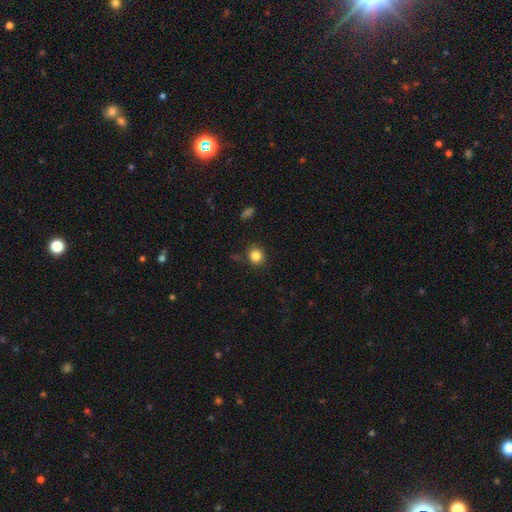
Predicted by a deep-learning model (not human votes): smooth 84%, star or artifact 11%, featured or disk 4%. Down the decision tree: how rounded — round (85%); merging — none (86%).